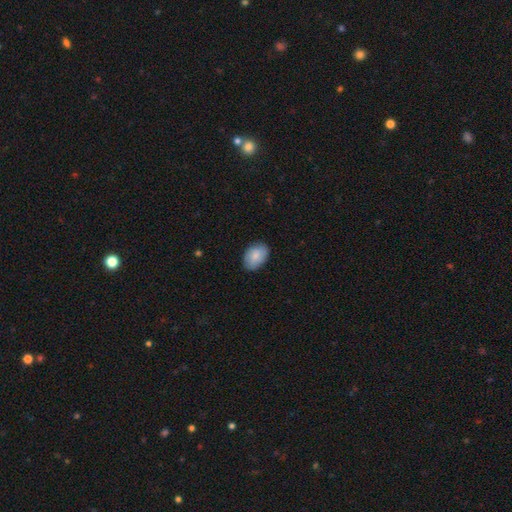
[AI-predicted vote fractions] A smooth galaxy with no disk features (83%) that is in between round and cigar-shaped (85%).

Vote fractions:
- Smooth or featured? smooth: 83% / featured or disk: 11% / star or artifact: 6%
- How rounded? in between: 85% / round: 13% / cigar-shaped: 1%
- Merging? none: 82% / minor disturbance: 14% / major disturbance: 2% / merger: 1%